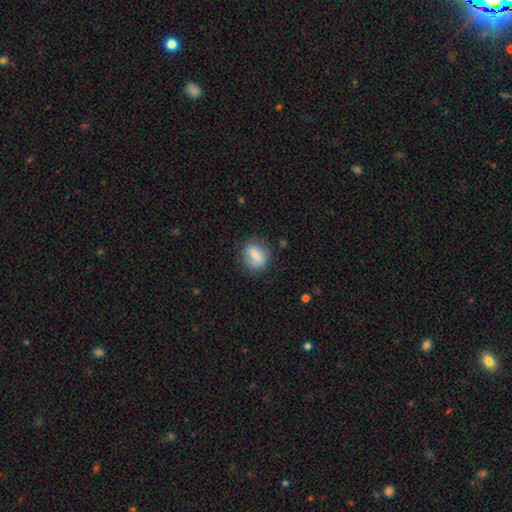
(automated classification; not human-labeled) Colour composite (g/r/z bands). It shows a smooth galaxy with no disk features (74%) that is in between round and cigar-shaped (60%). Merging: none (69%).